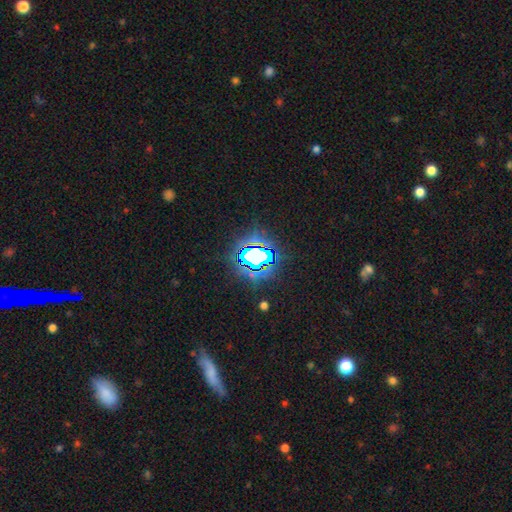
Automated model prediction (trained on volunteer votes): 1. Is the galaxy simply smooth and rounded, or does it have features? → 69% star or artifact, 18% smooth, 13% featured or disk.